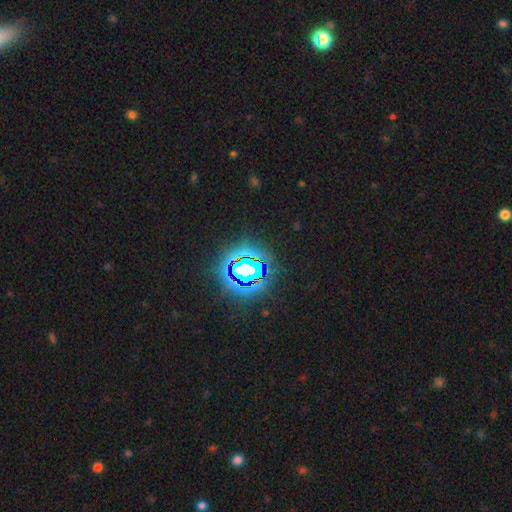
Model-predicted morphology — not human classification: star or artifact 84%, smooth 10%, featured or disk 6%.